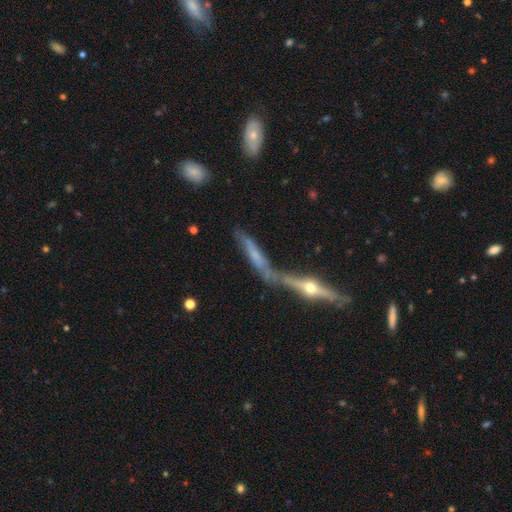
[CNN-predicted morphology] smooth_or_featured: featured or disk (p=0.63) [alt: smooth p=0.27]
disk_edge_on: yes (p=0.81) [alt: no p=0.19]
edge_on_bulge: rounded (p=0.77) [alt: none p=0.16]
merging: merger (p=0.45) [alt: none p=0.36]